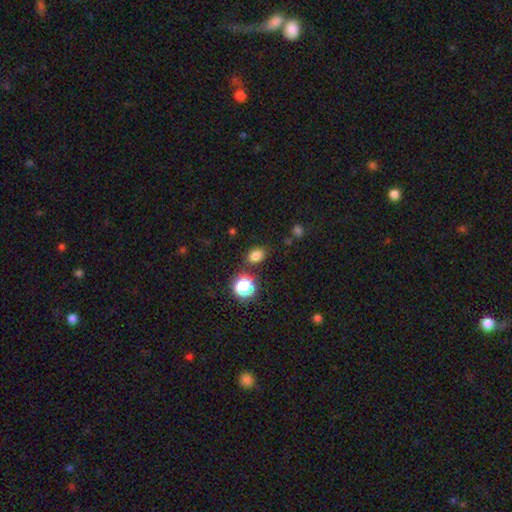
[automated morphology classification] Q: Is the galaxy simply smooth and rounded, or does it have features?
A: smooth — 77%.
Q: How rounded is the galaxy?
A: in between — 68%.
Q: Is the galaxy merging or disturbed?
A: none — 81%.